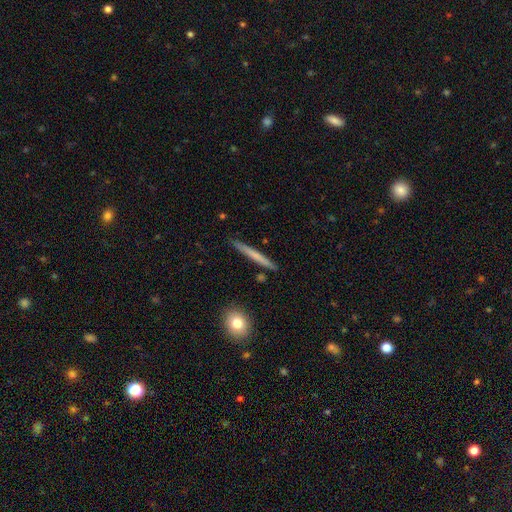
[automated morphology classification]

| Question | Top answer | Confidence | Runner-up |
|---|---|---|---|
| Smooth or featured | smooth | 59% | featured or disk (36%) |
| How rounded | cigar-shaped | 96% | in between (2%) |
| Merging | none | 89% | minor disturbance (8%) |